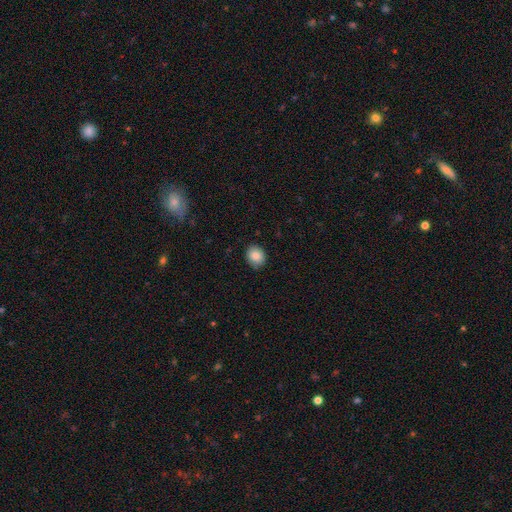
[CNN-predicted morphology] type=smooth (87%); roundness=round (66%); merging=none (87%).